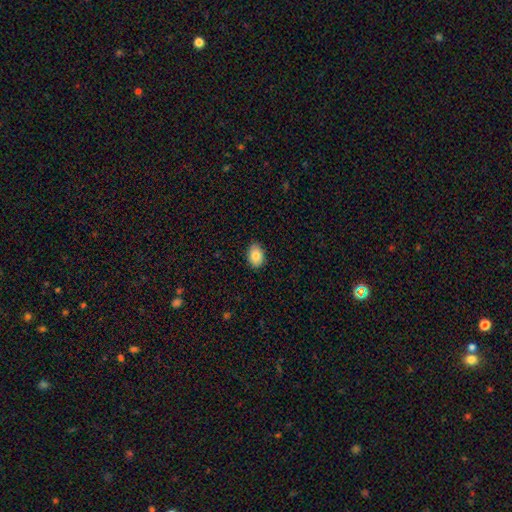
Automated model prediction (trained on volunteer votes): smooth_or_featured: smooth (p=0.85) [alt: star or artifact p=0.08]
how_rounded: in between (p=0.79) [alt: round p=0.20]
merging: none (p=0.85) [alt: minor disturbance p=0.12]